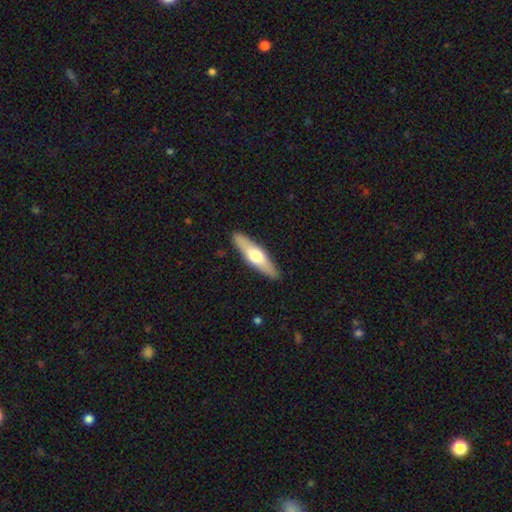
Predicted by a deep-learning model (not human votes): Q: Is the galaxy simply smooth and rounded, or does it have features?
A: smooth — 49%.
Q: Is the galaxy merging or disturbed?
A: none — 90%.